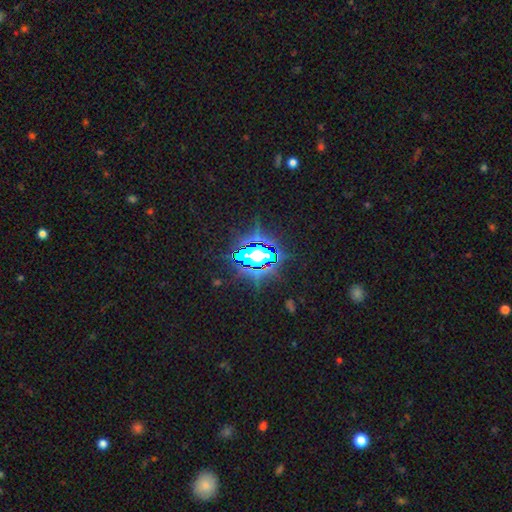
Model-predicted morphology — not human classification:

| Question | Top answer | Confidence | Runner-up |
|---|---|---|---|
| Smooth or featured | star or artifact | 81% | smooth (11%) |